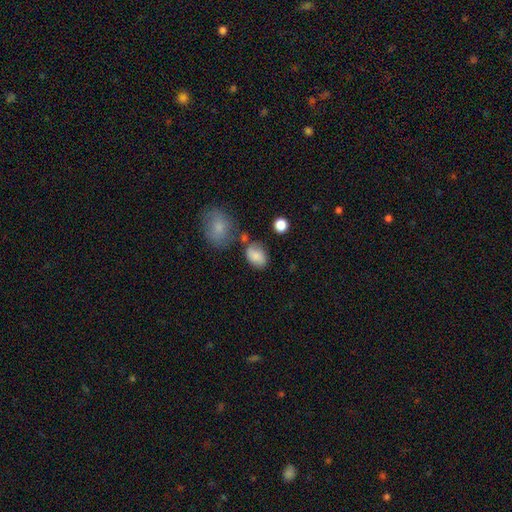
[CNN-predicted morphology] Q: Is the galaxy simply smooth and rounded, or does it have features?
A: smooth — 79%.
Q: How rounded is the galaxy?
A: in between — 72%.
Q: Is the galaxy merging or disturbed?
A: none — 60%.